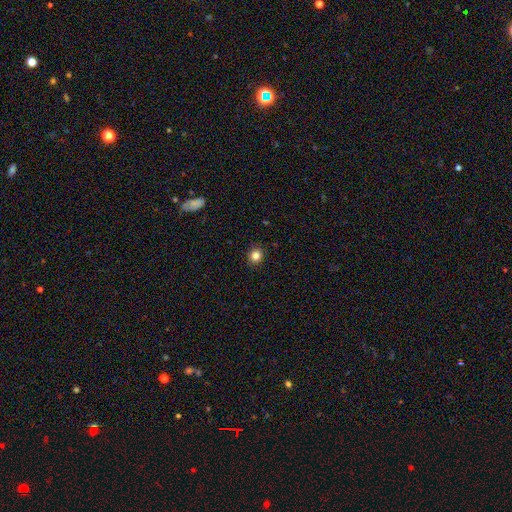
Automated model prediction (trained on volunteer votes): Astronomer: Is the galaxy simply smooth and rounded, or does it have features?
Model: smooth — 83%.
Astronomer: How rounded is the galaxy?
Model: round — 85%.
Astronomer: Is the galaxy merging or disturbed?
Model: none — 91%.